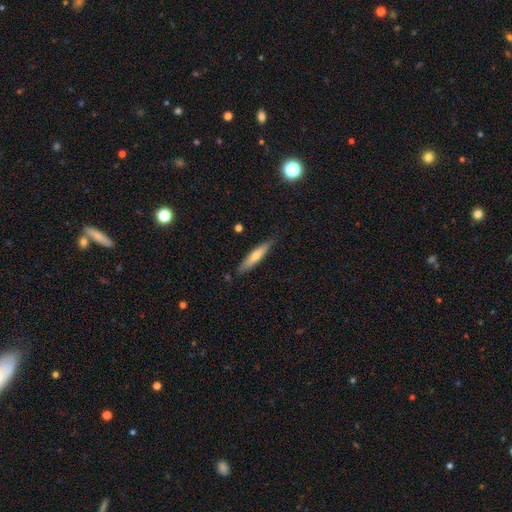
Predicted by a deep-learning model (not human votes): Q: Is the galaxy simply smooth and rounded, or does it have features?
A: smooth — 53%.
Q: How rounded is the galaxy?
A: cigar-shaped — 88%.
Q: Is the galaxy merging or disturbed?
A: none — 85%.